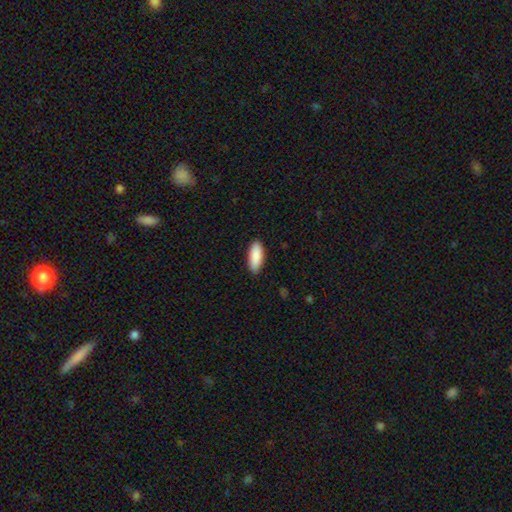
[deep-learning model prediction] Morphology: type=smooth (91%); roundness=in between (77%); merging=none (89%).